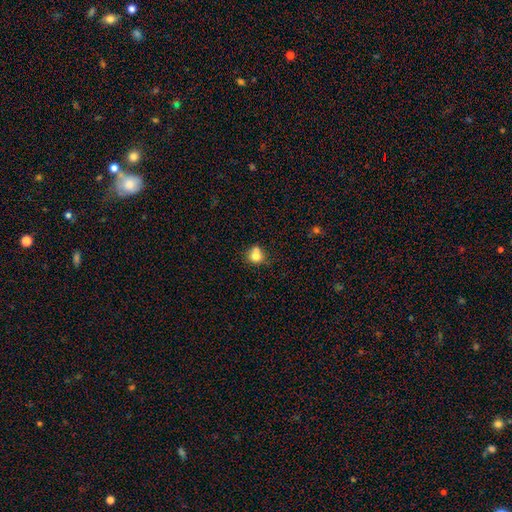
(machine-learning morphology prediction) Smooth or featured? Predicted: smooth (p=0.76). How rounded? Predicted: round (p=0.78). Merging? Predicted: none (p=0.47).